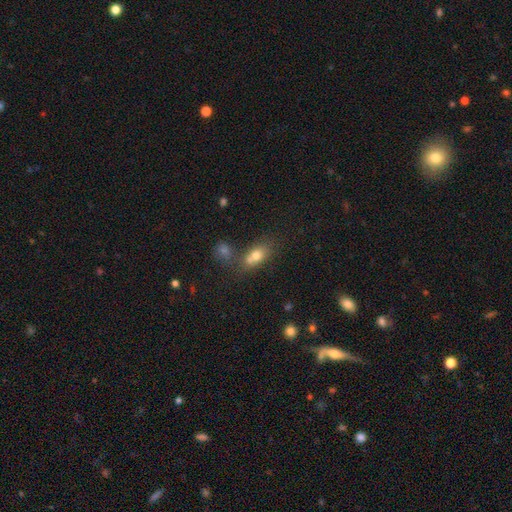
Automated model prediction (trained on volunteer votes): The model was most divided on "merging": merger: 45%, none: 37%, minor disturbance: 12%, major disturbance: 5%. More confident: how rounded — in between (73%); smooth or featured — smooth (72%).